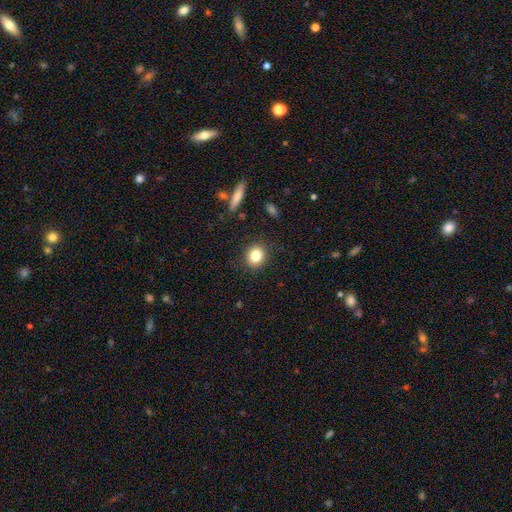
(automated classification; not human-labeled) A smooth galaxy with no disk features (83%) that is round (73%). Merging: none (89%).